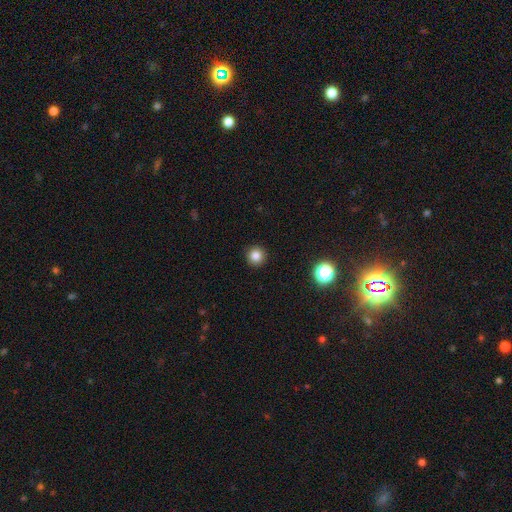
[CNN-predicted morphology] Smooth or featured?
  - smooth: 82% *
  - star or artifact: 13%
  - featured or disk: 5%
How rounded?
  - round: 95% *
  - in between: 4%
  - cigar-shaped: 1%
Merging?
  - none: 93% *
  - minor disturbance: 5%
  - major disturbance: 2%
  - merger: 1%